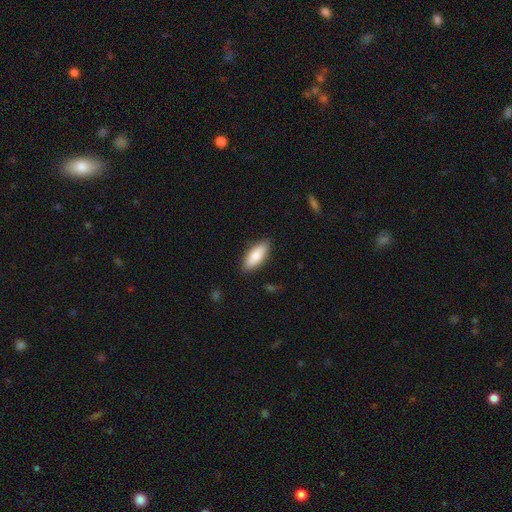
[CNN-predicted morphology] type=smooth (84%); roundness=in between (75%); merging=none (86%).